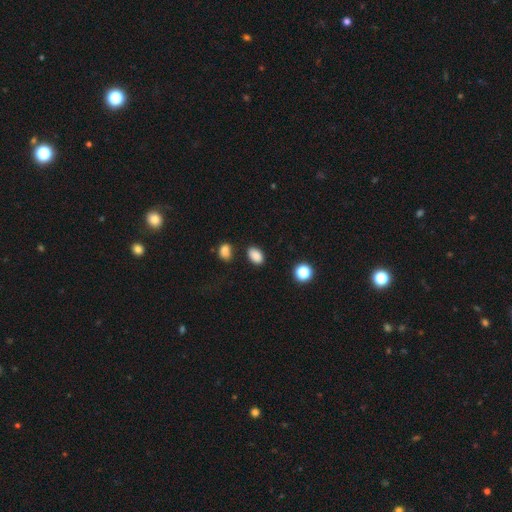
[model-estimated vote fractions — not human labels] A smooth galaxy with no disk features (86%) that is in between round and cigar-shaped (86%).

Vote fractions:
- Smooth or featured? smooth: 86% / star or artifact: 10% / featured or disk: 4%
- How rounded? in between: 86% / round: 13% / cigar-shaped: 1%
- Merging? none: 80% / minor disturbance: 12% / merger: 4% / major disturbance: 3%